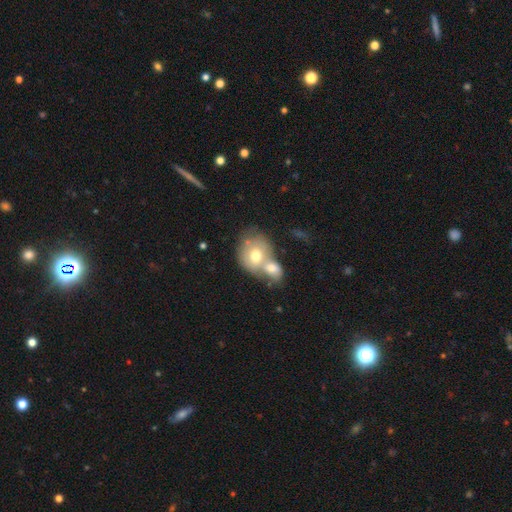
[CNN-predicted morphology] Q: Smooth or featured?
A: smooth (63%); runner-up: featured or disk (29%)
Q: How rounded?
A: round (63%); runner-up: in between (36%)
Q: Merging?
A: merger (67%); runner-up: none (21%)